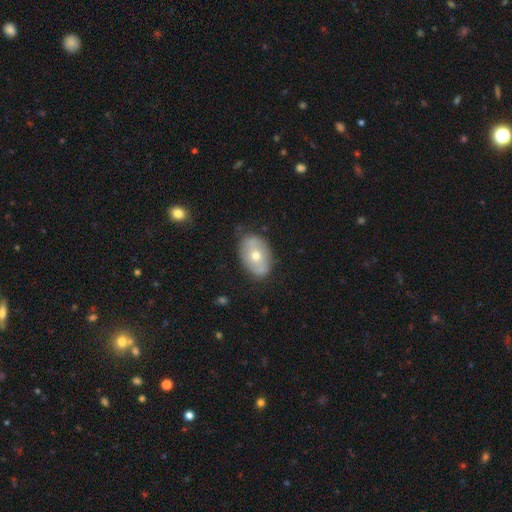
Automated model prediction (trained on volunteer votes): Overall: smooth (47%; featured or disk 46%). Merging: none (77%).